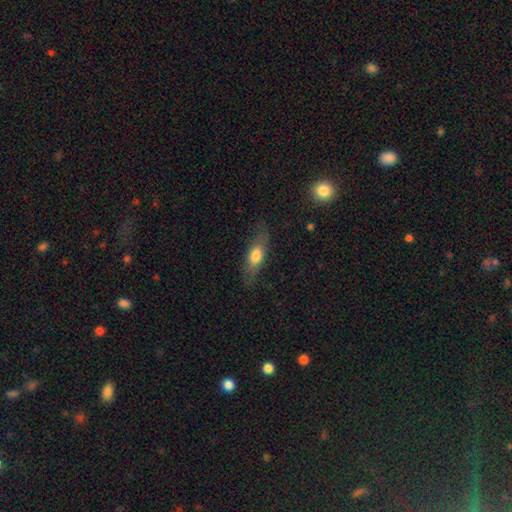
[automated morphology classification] This is likely a smooth galaxy (66%). How rounded: possibly in between (54%). Merging: likely none (77%).